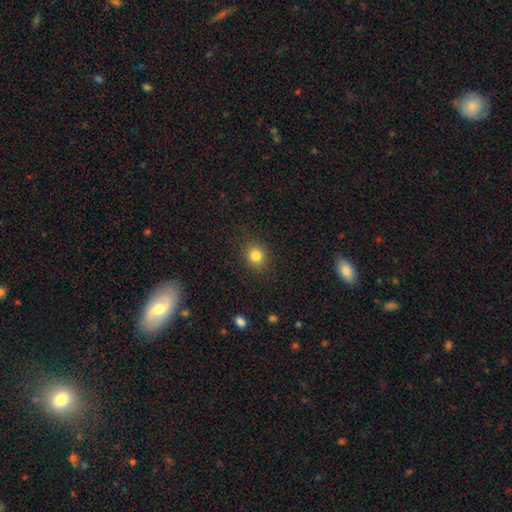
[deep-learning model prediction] Morphology: type=smooth (83%); roundness=round (79%); merging=none (88%).